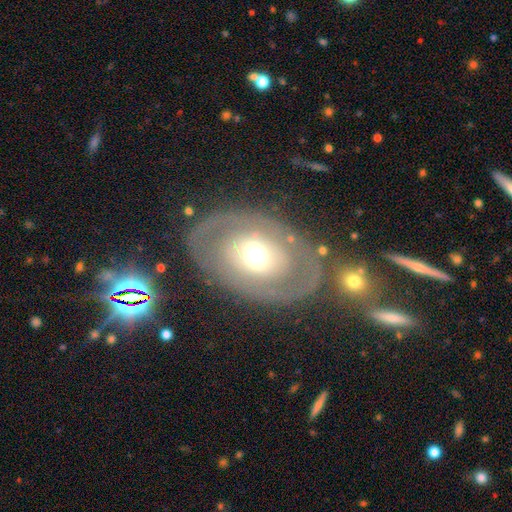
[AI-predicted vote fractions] smooth_or_featured: featured or disk (p=0.65) [alt: smooth p=0.28]
disk_edge_on: no (p=0.93) [alt: yes p=0.07]
bar: no (p=0.57) [alt: weak p=0.28]
has_spiral_arms: no (p=0.61) [alt: yes p=0.39]
bulge_size: moderate (p=0.61) [alt: large p=0.20]
merging: none (p=0.72) [alt: minor disturbance p=0.14]